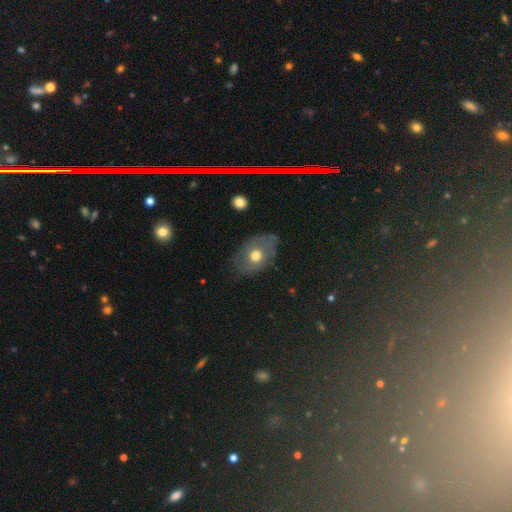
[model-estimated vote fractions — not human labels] smooth-or-featured: smooth: 49% | featured or disk: 43% | star or artifact: 8%
  merging: none: 66% | minor disturbance: 23% | major disturbance: 9% | merger: 2%